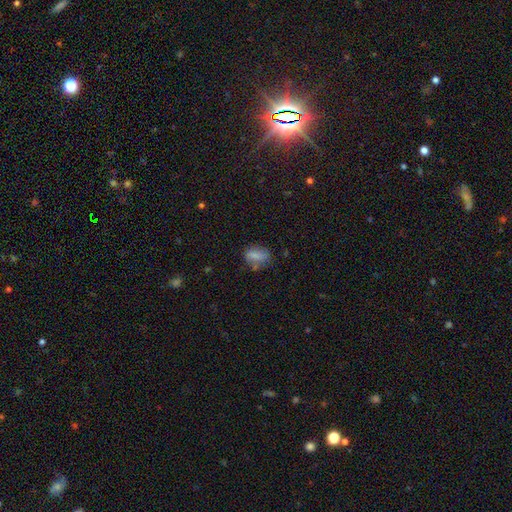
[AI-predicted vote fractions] The model was most divided on "merging": none: 63%, minor disturbance: 23%, major disturbance: 8%, merger: 6%. More confident: how rounded — in between (76%); smooth or featured — smooth (74%).